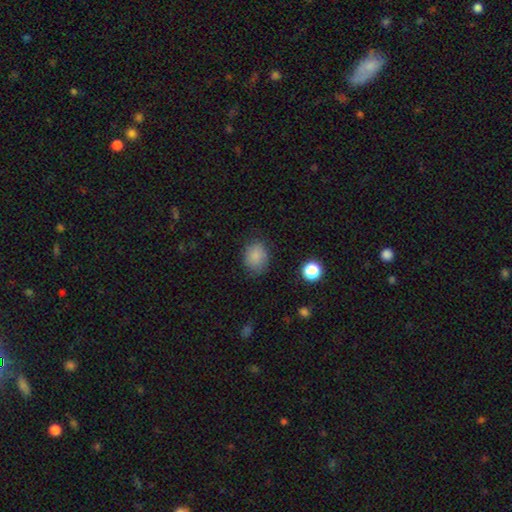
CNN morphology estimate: smooth-or-featured: smooth: 84% | star or artifact: 10% | featured or disk: 6%
  how-rounded: round: 52% | in between: 47% | cigar-shaped: 1%
  merging: none: 77% | minor disturbance: 17% | major disturbance: 5% | merger: 1%